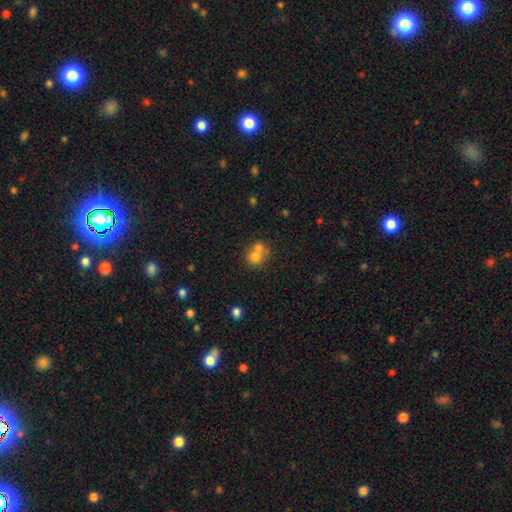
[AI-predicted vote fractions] smooth-or-featured: smooth: 70% | featured or disk: 16% | star or artifact: 14%
  how-rounded: round: 80% | in between: 19% | cigar-shaped: 1%
  merging: merger: 59% | none: 33% | minor disturbance: 6% | major disturbance: 3%